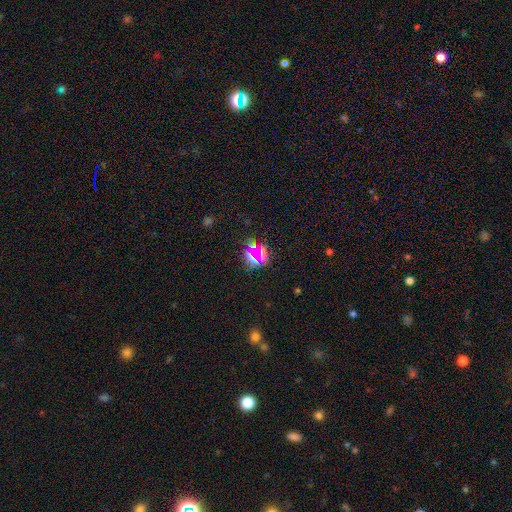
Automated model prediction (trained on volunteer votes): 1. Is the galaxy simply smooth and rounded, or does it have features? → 64% star or artifact, 25% smooth, 10% featured or disk.